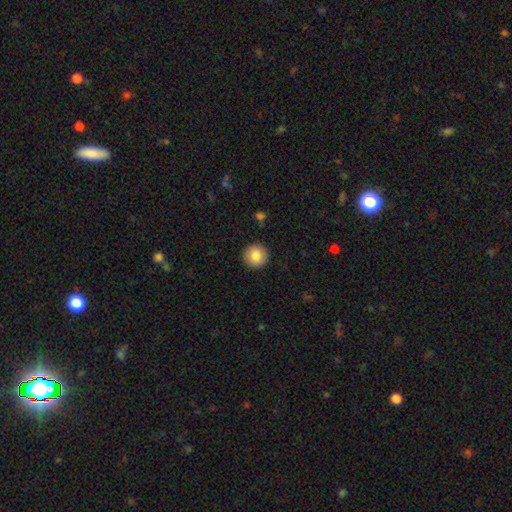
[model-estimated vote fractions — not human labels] smooth 86%, star or artifact 8%, featured or disk 6%. Down the decision tree: how rounded — round (95%); merging — none (92%).